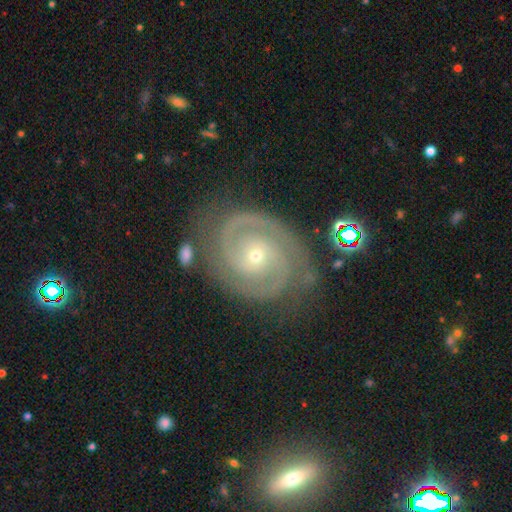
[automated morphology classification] Q: Smooth or featured?
A: featured or disk (91%); runner-up: star or artifact (6%)
Q: Edge-on disk?
A: no (98%); runner-up: yes (2%)
Q: Bar?
A: no (72%); runner-up: weak (20%)
Q: Spiral arms?
A: yes (98%); runner-up: no (2%)
Q: Spiral winding?
A: tight (75%); runner-up: medium (22%)
Q: Spiral arm count?
A: 2 (84%); runner-up: 3 (7%)
Q: Bulge size?
A: small (71%); runner-up: moderate (27%)
Q: Merging?
A: none (79%); runner-up: minor disturbance (14%)